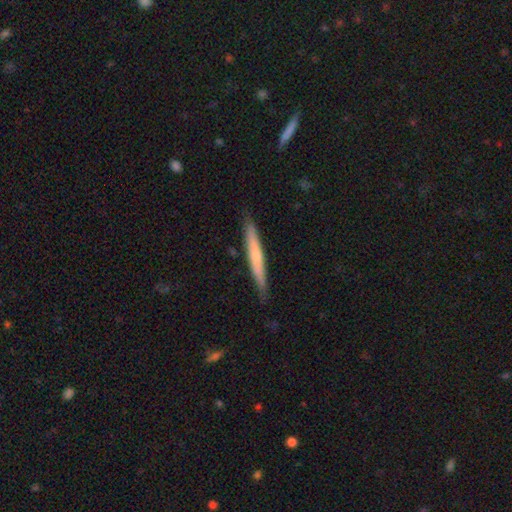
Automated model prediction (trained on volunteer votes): The model was most divided on "smooth or featured": smooth: 54%, featured or disk: 40%, star or artifact: 5%. More confident: how rounded — cigar-shaped (96%); merging — none (87%).